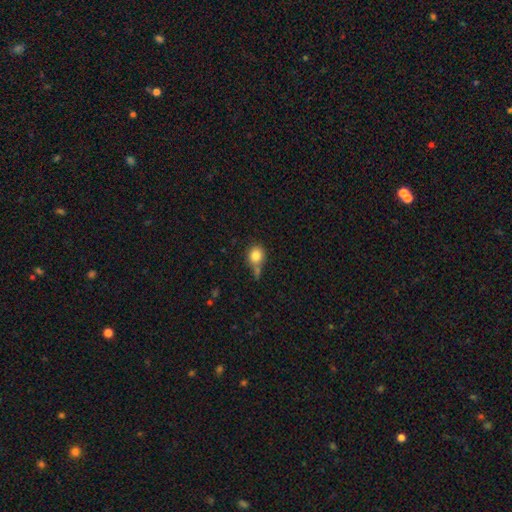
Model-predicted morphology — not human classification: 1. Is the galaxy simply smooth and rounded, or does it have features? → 83% smooth, 10% star or artifact, 7% featured or disk.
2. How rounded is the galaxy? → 81% round, 18% in between, 1% cigar-shaped.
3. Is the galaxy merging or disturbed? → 55% none, 21% merger, 18% minor disturbance, 6% major disturbance.